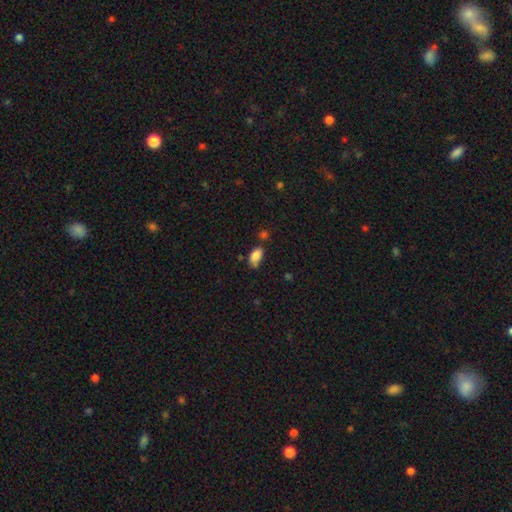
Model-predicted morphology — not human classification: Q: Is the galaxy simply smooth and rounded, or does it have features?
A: smooth — 85%.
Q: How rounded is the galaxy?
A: in between — 91%.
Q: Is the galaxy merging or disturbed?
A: none — 59%.